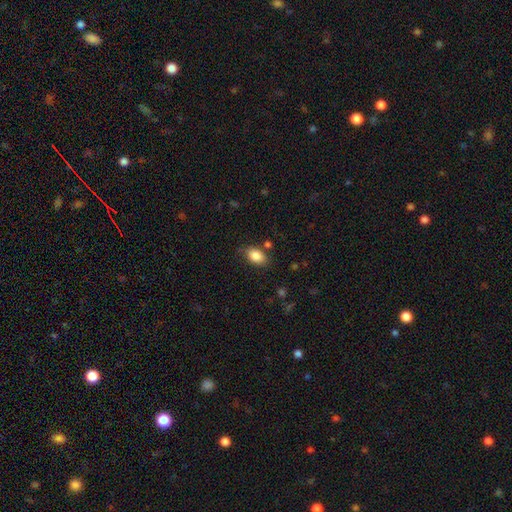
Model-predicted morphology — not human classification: This is clearly a smooth galaxy (86%). How rounded: clearly in between (88%). Merging: likely none (77%).